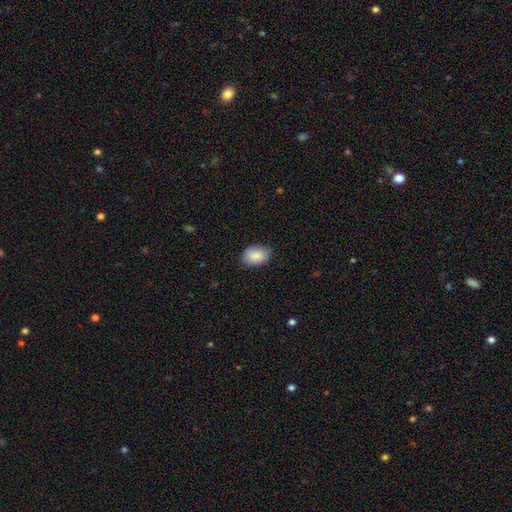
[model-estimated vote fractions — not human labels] smooth_or_featured: smooth (p=0.89) [alt: star or artifact p=0.06]
how_rounded: in between (p=0.84) [alt: round p=0.15]
merging: none (p=0.78) [alt: minor disturbance p=0.18]